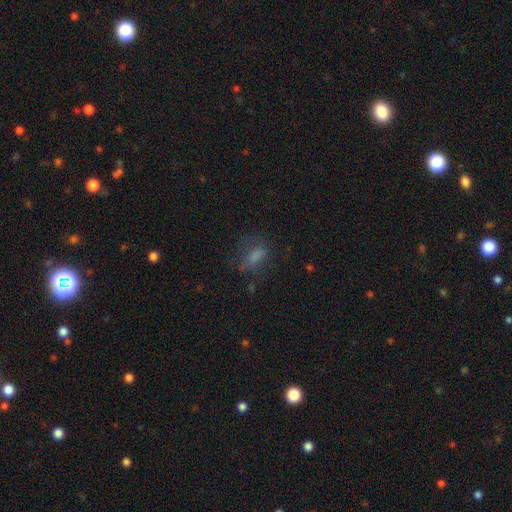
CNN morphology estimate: smooth_or_featured: smooth (p=0.57) [alt: featured or disk p=0.22]
how_rounded: in between (p=0.65) [alt: cigar-shaped p=0.23]
merging: none (p=0.59) [alt: minor disturbance p=0.20]